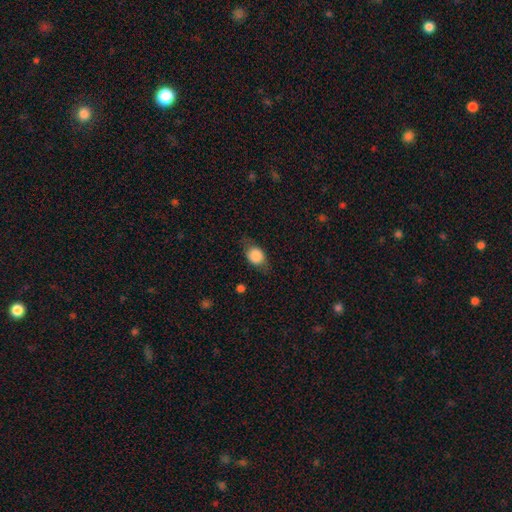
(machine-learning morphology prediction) The model was most divided on "how rounded": in between: 58%, round: 40%, cigar-shaped: 2%. More confident: smooth or featured — smooth (78%); merging — none (71%).